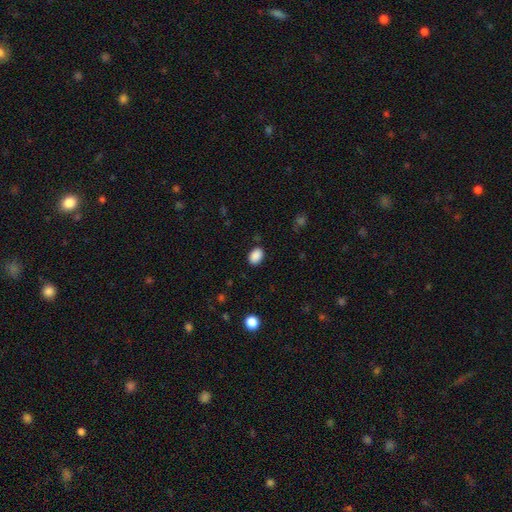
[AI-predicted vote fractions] Smooth or featured: smooth — 89% (star or artifact — 8%)
How rounded: in between — 79% (round — 20%)
Merging: none — 86% (minor disturbance — 10%)